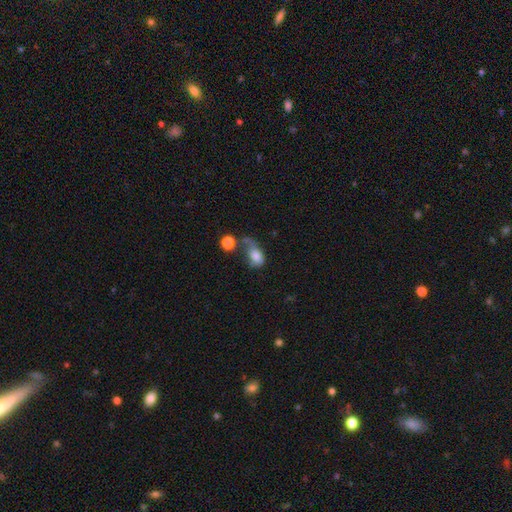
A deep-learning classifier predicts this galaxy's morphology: type=smooth (75%); roundness=in between (78%); merging=major disturbance (34%).